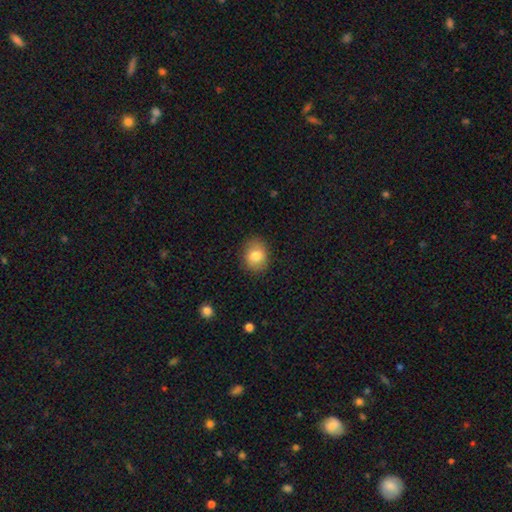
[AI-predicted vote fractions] smooth-or-featured: smooth: 79% | featured or disk: 12% | star or artifact: 9%
  how-rounded: round: 52% | in between: 47% | cigar-shaped: 1%
  merging: none: 85% | minor disturbance: 11% | major disturbance: 3% | merger: 1%